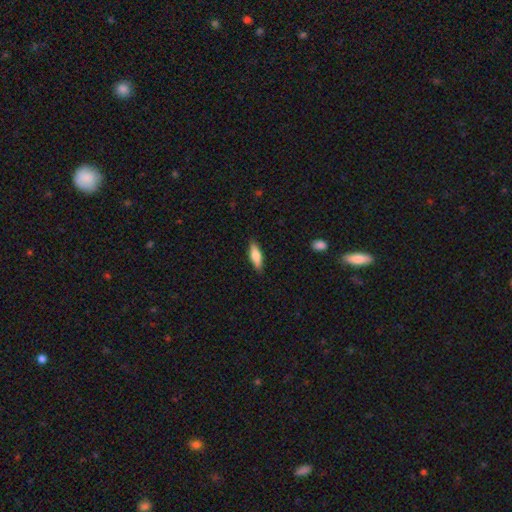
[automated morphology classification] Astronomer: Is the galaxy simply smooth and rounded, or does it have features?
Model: smooth — 71%.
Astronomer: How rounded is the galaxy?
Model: in between — 51% (runner-up: cigar-shaped, 47%).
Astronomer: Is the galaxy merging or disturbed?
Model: none — 87%.